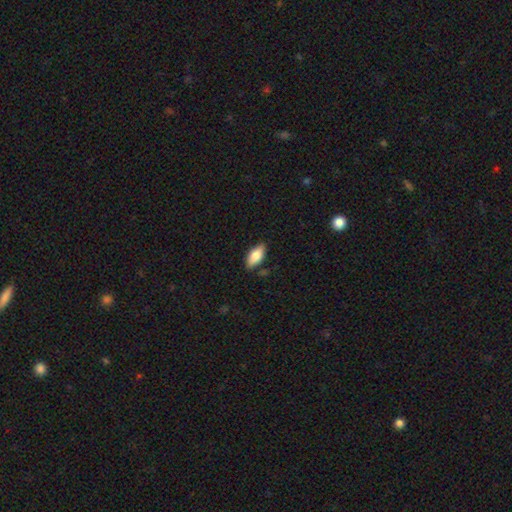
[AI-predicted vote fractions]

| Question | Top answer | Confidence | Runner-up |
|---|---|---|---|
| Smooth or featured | smooth | 80% | featured or disk (14%) |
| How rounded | in between | 88% | cigar-shaped (9%) |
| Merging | none | 83% | minor disturbance (12%) |